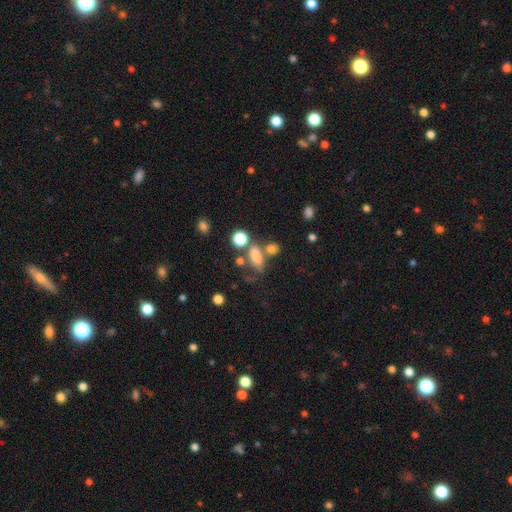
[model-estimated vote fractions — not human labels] A smooth galaxy with no disk features (74%) that is in between round and cigar-shaped (74%).

Vote fractions:
- Smooth or featured? smooth: 74% / star or artifact: 14% / featured or disk: 12%
- How rounded? in between: 74% / round: 15% / cigar-shaped: 12%
- Merging? none: 45% / merger: 28% / minor disturbance: 16% / major disturbance: 11%